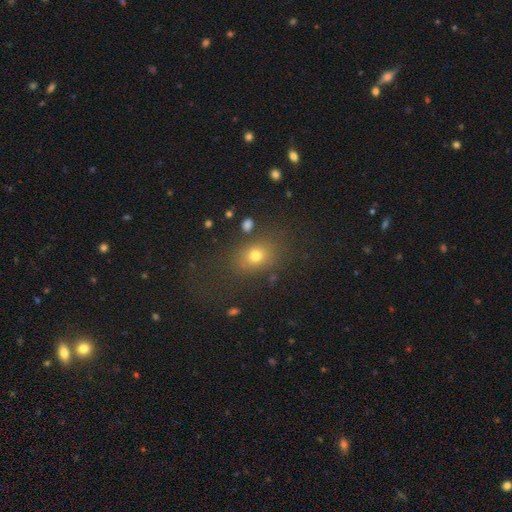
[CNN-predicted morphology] Overall: smooth (72%). How rounded: in between (57%; round 41%). Merging: none (75%).